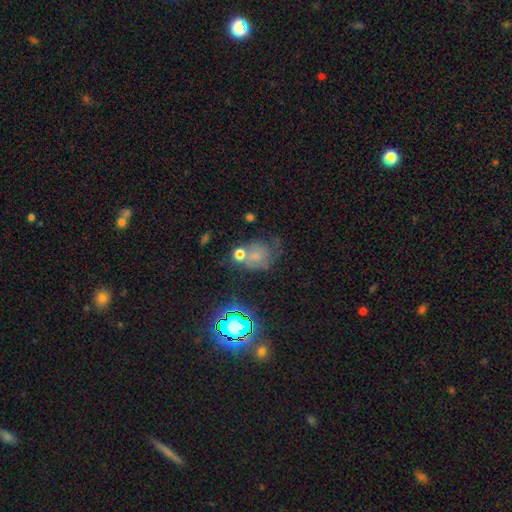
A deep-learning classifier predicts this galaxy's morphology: Smooth or featured: smooth — 46% (featured or disk — 27%)
Merging: none — 39% (minor disturbance — 23%)